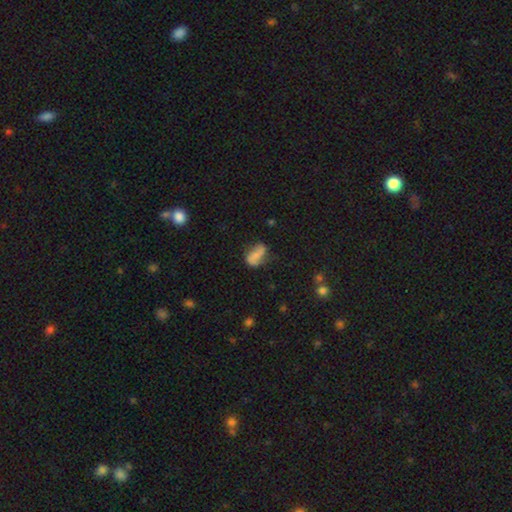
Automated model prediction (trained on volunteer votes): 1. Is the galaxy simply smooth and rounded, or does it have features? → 55% smooth, 34% featured or disk, 11% star or artifact.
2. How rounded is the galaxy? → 85% in between, 8% cigar-shaped, 7% round.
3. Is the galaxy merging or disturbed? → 51% none, 29% minor disturbance, 16% major disturbance, 4% merger.